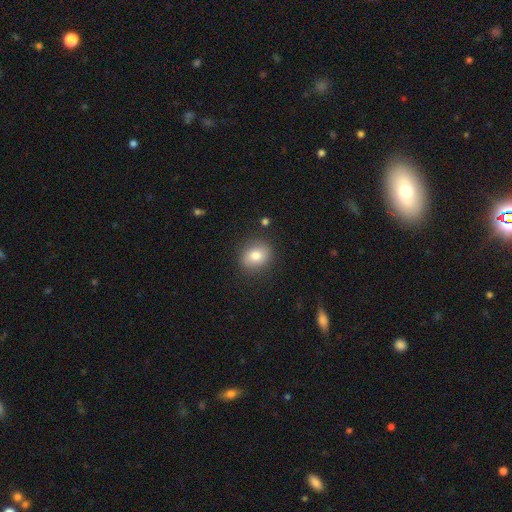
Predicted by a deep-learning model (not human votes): This is clearly a smooth galaxy (81%). How rounded: likely round (61%). Merging: clearly none (86%).